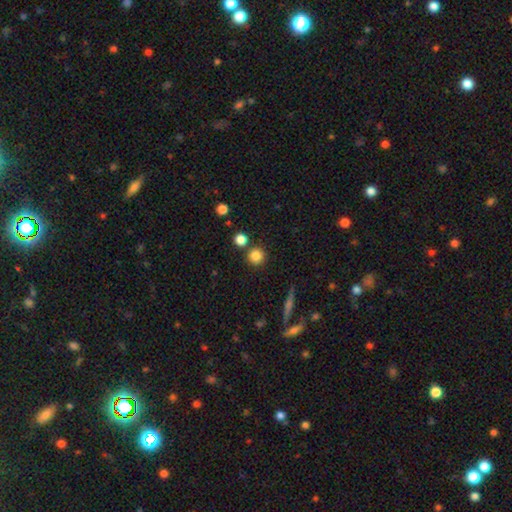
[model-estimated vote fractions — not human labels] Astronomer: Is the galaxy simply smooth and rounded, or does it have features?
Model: smooth — 83%.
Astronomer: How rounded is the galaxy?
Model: round — 93%.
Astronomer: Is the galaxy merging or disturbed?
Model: none — 81%.